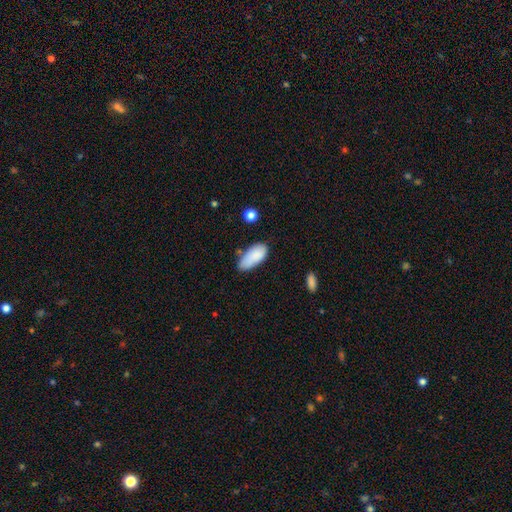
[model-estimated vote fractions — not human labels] smooth-or-featured: smooth: 86% | featured or disk: 7% | star or artifact: 7%
  how-rounded: in between: 90% | cigar-shaped: 8% | round: 2%
  merging: none: 58% | minor disturbance: 31% | major disturbance: 6% | merger: 5%